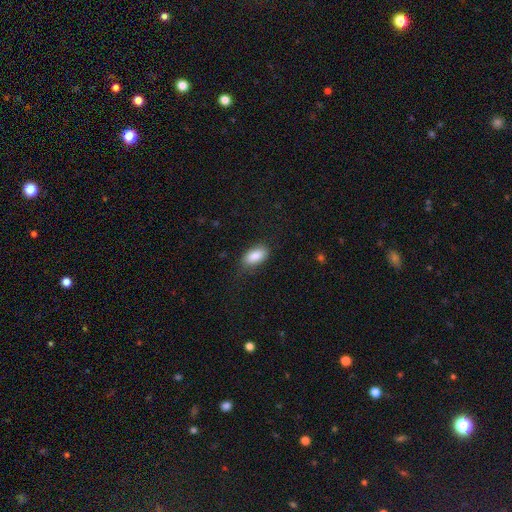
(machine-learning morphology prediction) This is clearly a smooth galaxy (86%). How rounded: clearly in between (91%). Merging: likely none (75%).